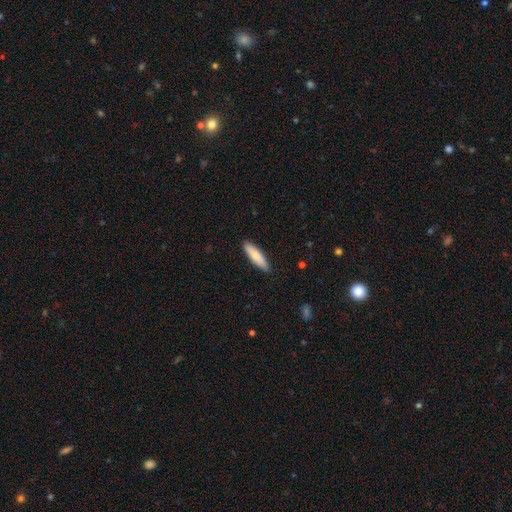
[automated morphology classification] This appears to be a smooth galaxy with no disk features (78%) that is cigar-shaped (65%). Merging: none (89%).